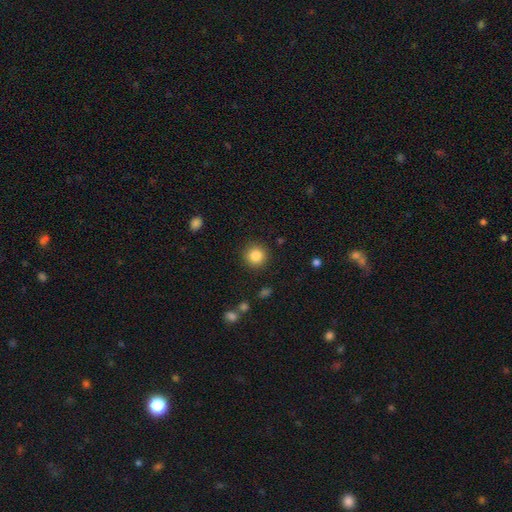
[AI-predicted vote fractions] This appears to be a smooth galaxy with no disk features (85%) that is round (94%). Merging: none (90%).